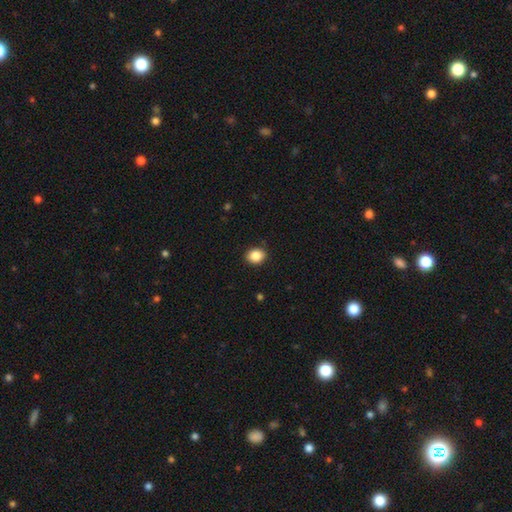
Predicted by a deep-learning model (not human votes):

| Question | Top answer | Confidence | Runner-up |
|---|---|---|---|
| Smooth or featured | smooth | 87% | star or artifact (9%) |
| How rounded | round | 60% | in between (39%) |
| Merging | none | 90% | minor disturbance (8%) |